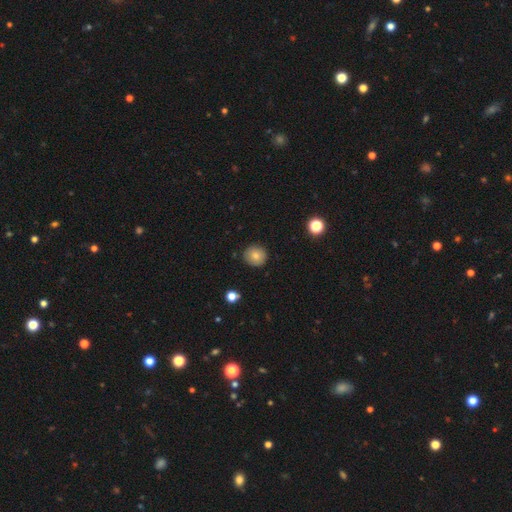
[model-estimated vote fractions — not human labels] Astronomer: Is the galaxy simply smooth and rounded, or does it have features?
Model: smooth — 80%.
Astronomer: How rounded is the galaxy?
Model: round — 92%.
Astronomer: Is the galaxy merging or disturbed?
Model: none — 90%.